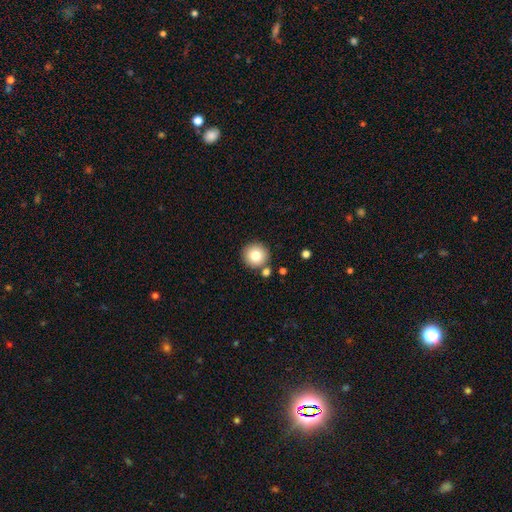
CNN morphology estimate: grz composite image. It shows a smooth galaxy with no disk features (79%) that is round (95%). Merging: none (83%).